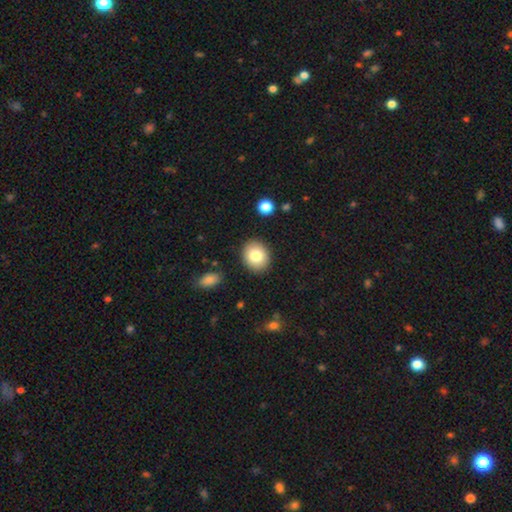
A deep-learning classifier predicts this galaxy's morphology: A smooth galaxy with no disk features (81%) that is round (65%).

Vote fractions:
- Smooth or featured? smooth: 81% / featured or disk: 10% / star or artifact: 8%
- How rounded? round: 65% / in between: 34% / cigar-shaped: 1%
- Merging? none: 88% / minor disturbance: 8% / major disturbance: 2% / merger: 2%